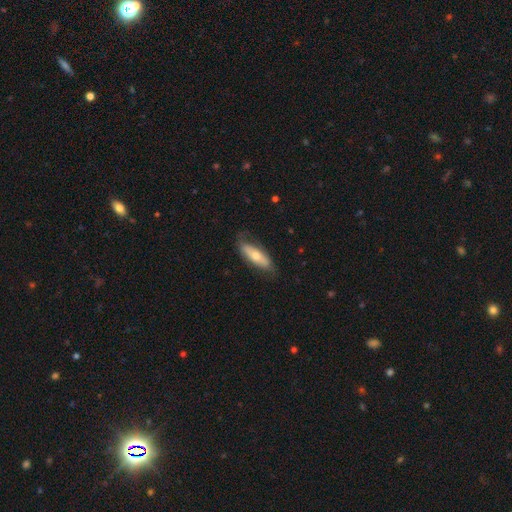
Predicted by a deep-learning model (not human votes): This appears to be a smooth galaxy with no disk features (58%) that is in between round and cigar-shaped (59%). Merging: none (73%).